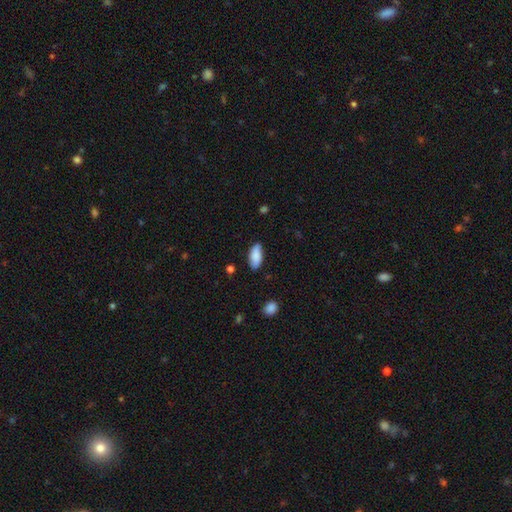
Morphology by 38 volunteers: Smooth or featured: smooth — 84% (featured or disk — 16%)
How rounded: in between — 81% (cigar-shaped — 16%)
Merging: none — 71% (minor disturbance — 21%)